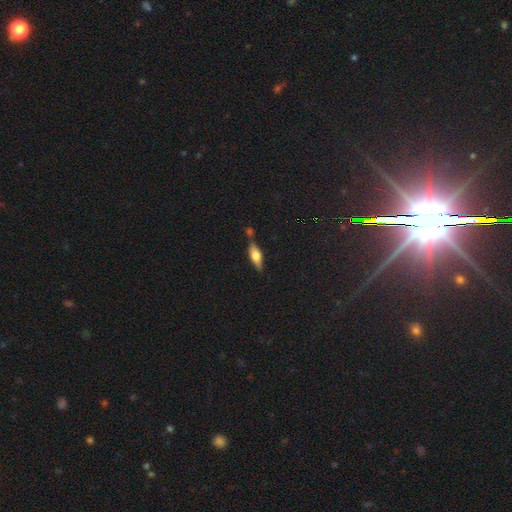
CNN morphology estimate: Overall: smooth (46%, tied with featured or disk). Merging: none (69%).